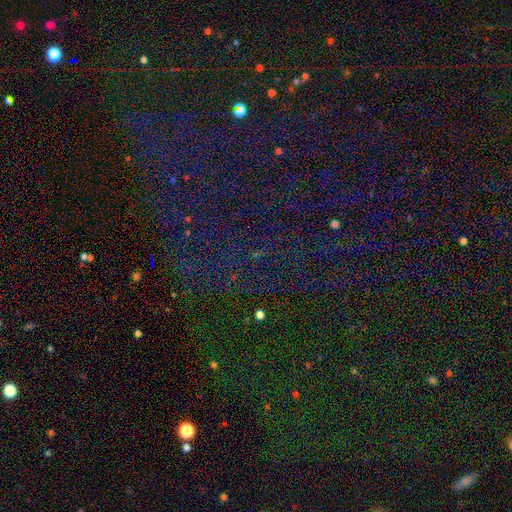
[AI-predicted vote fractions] smooth-or-featured: star or artifact: 81% | smooth: 12% | featured or disk: 8%